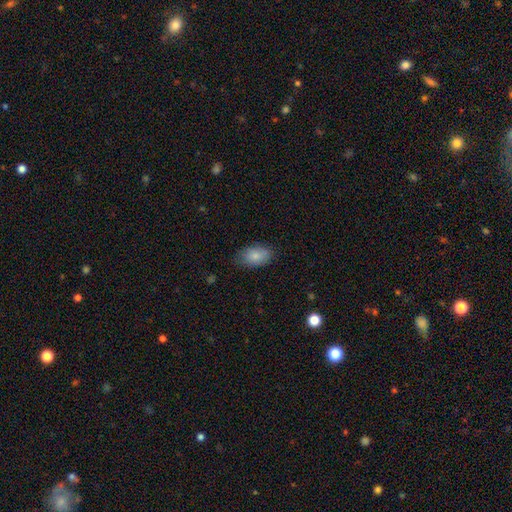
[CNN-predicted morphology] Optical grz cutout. It shows a smooth galaxy with no disk features (83%) that is in between round and cigar-shaped (91%). Merging: none (77%).